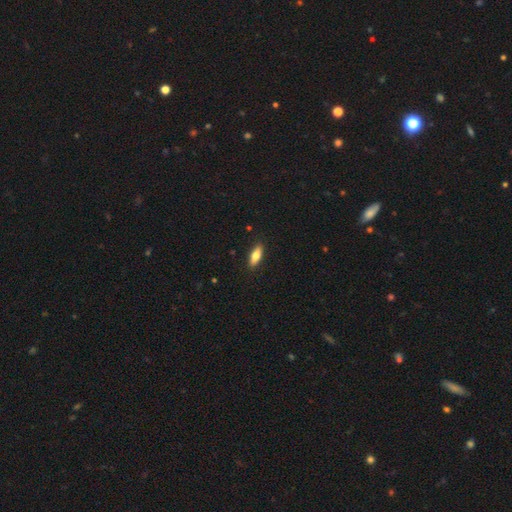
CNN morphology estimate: Overall: smooth (74%). How rounded: in between (70%). Merging: none (89%).